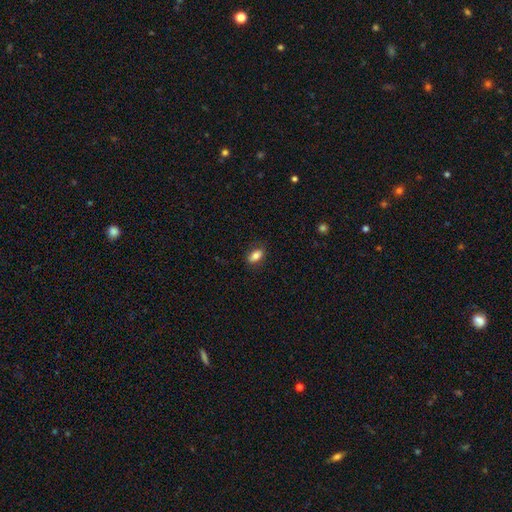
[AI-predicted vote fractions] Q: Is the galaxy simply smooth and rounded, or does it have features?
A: smooth — 81%.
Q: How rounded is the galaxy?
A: in between — 88%.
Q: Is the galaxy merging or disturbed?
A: none — 84%.